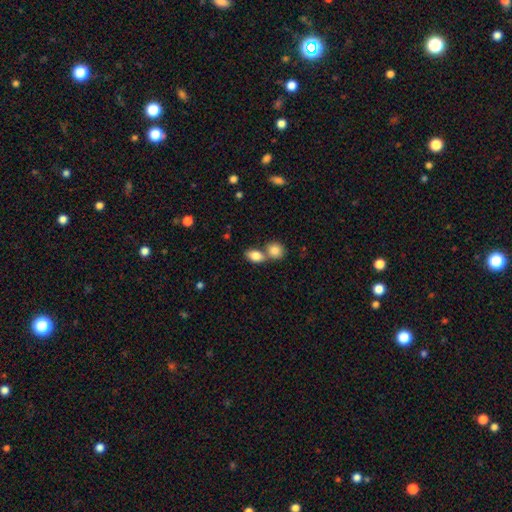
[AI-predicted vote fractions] smooth 84%, featured or disk 8%, star or artifact 8%. Down the decision tree: how rounded — in between (81%); merging — merger (48%).